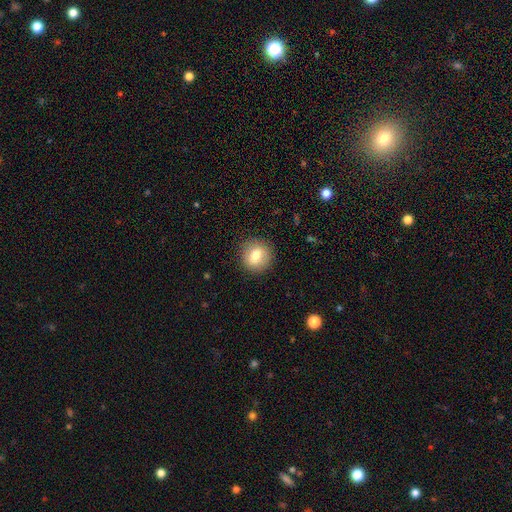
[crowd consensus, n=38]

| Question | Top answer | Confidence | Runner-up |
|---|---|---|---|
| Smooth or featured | smooth | 82% | featured or disk (16%) |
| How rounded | round | 100% | — |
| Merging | none | 92% | minor disturbance (8%) |